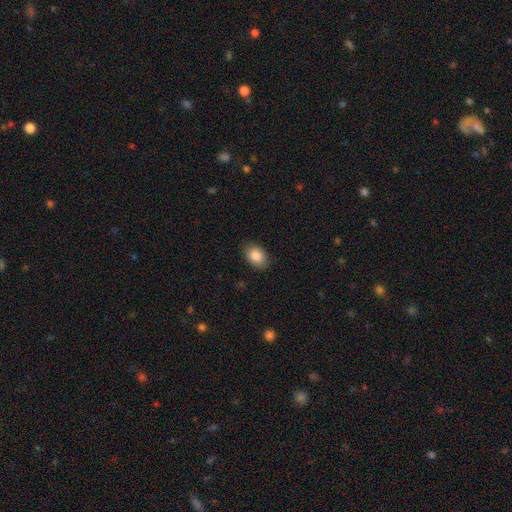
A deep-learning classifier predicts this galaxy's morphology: smooth 87%, star or artifact 7%, featured or disk 6%. Down the decision tree: how rounded — in between (85%); merging — none (85%).